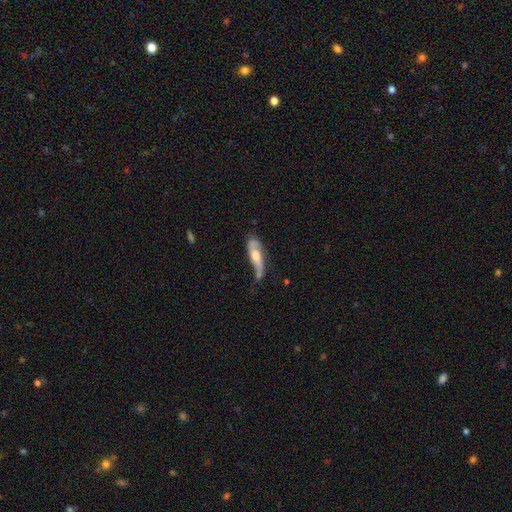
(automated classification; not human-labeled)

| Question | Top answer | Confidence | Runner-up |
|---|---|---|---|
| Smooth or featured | featured or disk | 60% | smooth (34%) |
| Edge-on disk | no | 67% | yes (33%) |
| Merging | none | 41% | minor disturbance (33%) |